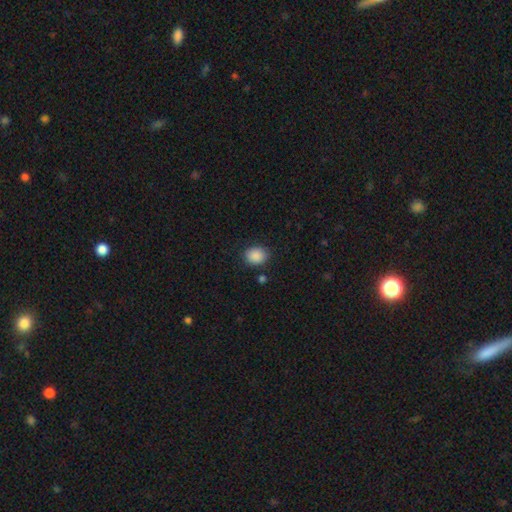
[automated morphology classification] Smooth or featured?
  - smooth: 89% *
  - star or artifact: 8%
  - featured or disk: 3%
How rounded?
  - round: 56% *
  - in between: 43%
  - cigar-shaped: 1%
Merging?
  - none: 84% *
  - minor disturbance: 11%
  - major disturbance: 3%
  - merger: 2%